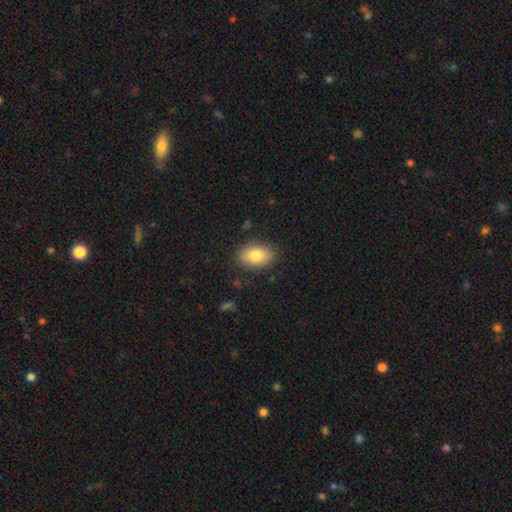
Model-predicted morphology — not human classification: Smooth or featured? Predicted: smooth (p=0.82). How rounded? Predicted: in between (p=0.87). Merging? Predicted: none (p=0.85).